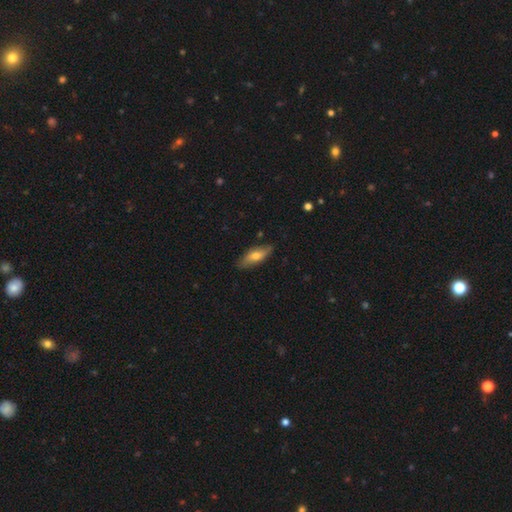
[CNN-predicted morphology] The model was most divided on "smooth or featured": smooth: 65%, featured or disk: 29%, star or artifact: 6%. More confident: merging — none (80%); how rounded — in between (69%).